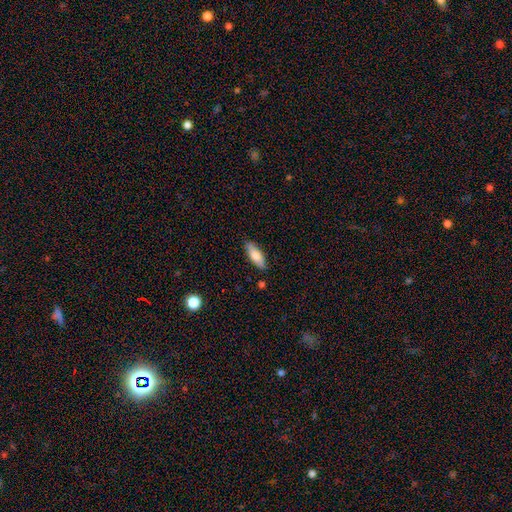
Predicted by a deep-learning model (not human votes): A smooth galaxy with no disk features (78%) that is in between round and cigar-shaped (65%). Merging: none (84%).